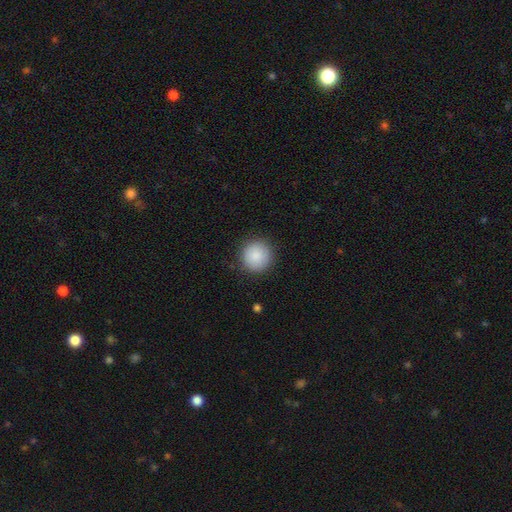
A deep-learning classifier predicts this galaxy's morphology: The model was most divided on "smooth or featured": smooth: 88%, star or artifact: 7%, featured or disk: 5%. More confident: how rounded — round (93%); merging — none (89%).